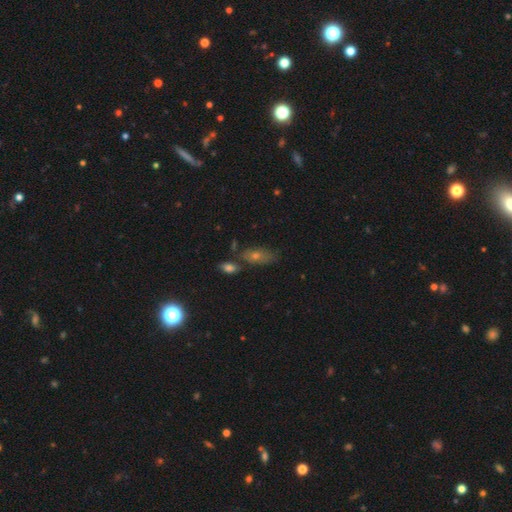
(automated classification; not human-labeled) smooth-or-featured: smooth: 50% | featured or disk: 27% | star or artifact: 24%
  merging: none: 61% | merger: 17% | minor disturbance: 15% | major disturbance: 6%